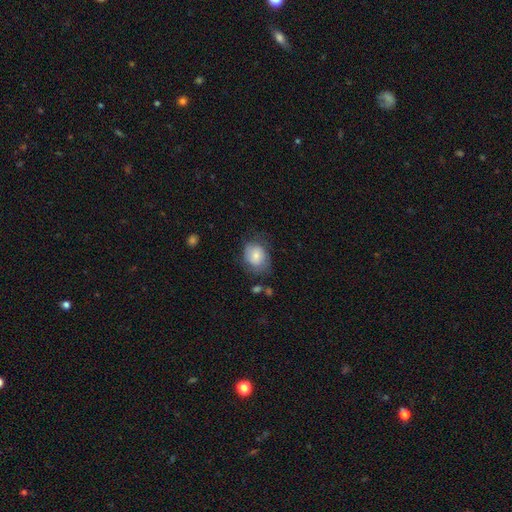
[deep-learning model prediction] This is likely a smooth galaxy (73%). How rounded: possibly in between (51%). Merging: possibly none (59%).